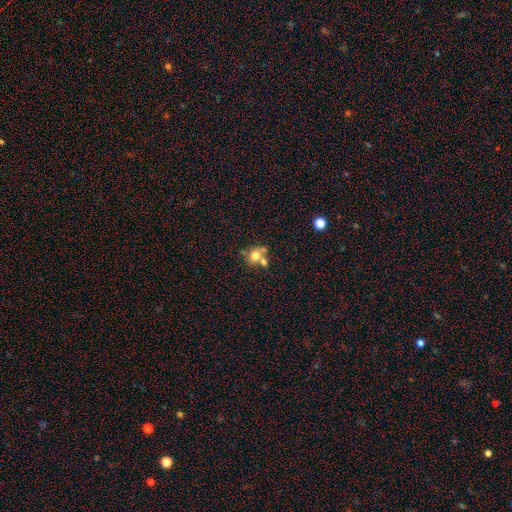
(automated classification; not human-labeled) A smooth galaxy with no disk features (70%) that is round (68%). Merging: merger (45%).